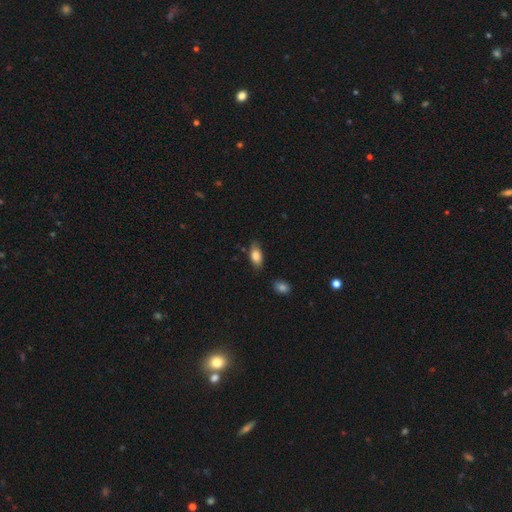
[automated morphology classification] Smooth or featured? Predicted: smooth (p=0.83). How rounded? Predicted: in between (p=0.89). Merging? Predicted: none (p=0.75).